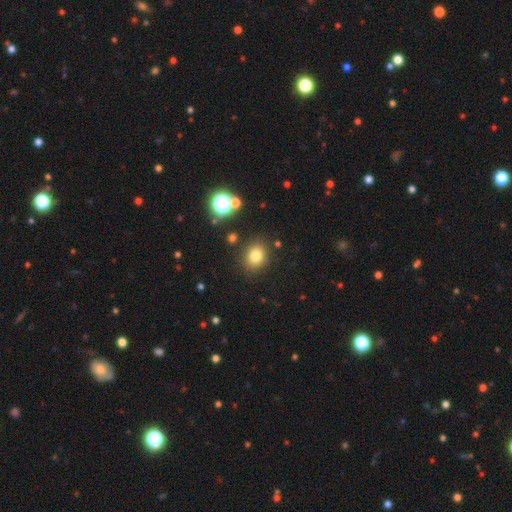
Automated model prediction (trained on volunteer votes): Overall: smooth (79%). How rounded: round (68%; in between 31%). Merging: none (85%).